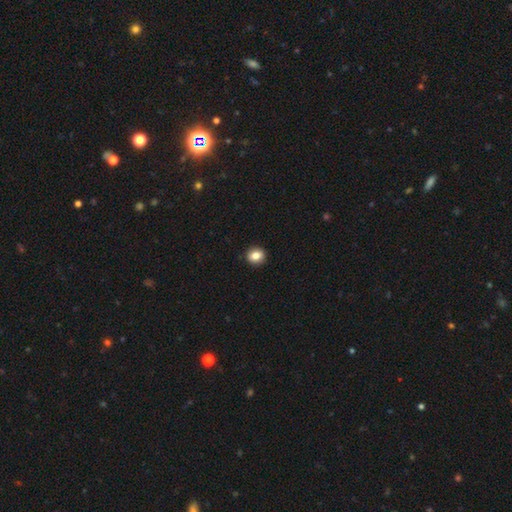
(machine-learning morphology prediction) A smooth galaxy with no disk features (83%) that is round (83%).

Vote fractions:
- Smooth or featured? smooth: 83% / star or artifact: 10% / featured or disk: 7%
- How rounded? round: 83% / in between: 16% / cigar-shaped: 1%
- Merging? none: 92% / minor disturbance: 5% / major disturbance: 2% / merger: 1%